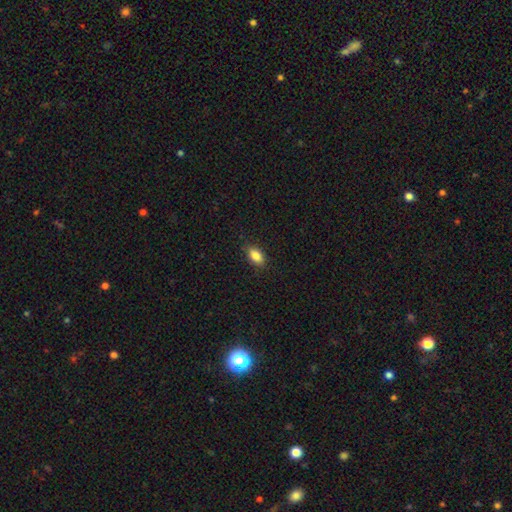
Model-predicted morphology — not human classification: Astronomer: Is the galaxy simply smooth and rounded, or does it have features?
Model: smooth — 86%.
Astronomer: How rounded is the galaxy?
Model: in between — 89%.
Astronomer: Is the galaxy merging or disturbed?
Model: none — 86%.